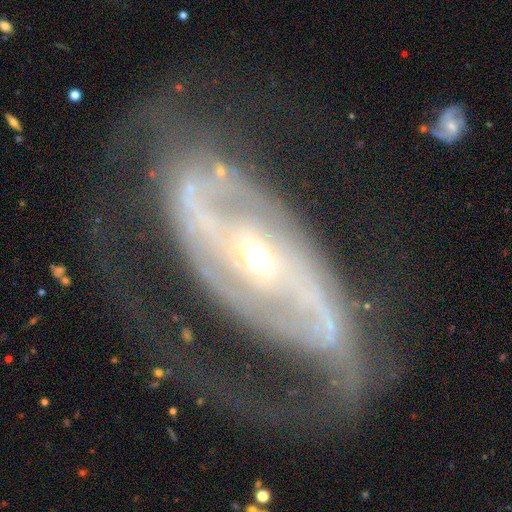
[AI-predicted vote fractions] Overall: featured or disk (83%). Edge-on disk: no (91%). Bar: no (44%; weak 34%). Spiral arms: yes (78%). Spiral arm count: 2 (73%). Spiral winding: medium (37%; tight 35%). Bulge size: moderate (50%; small 43%). Merging: none (60%).